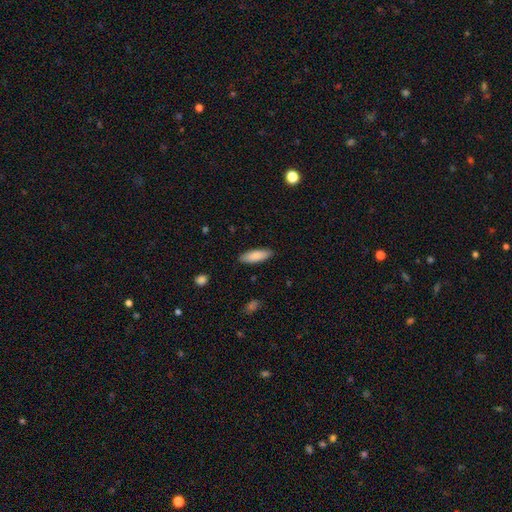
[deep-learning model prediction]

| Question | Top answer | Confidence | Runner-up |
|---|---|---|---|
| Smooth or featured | smooth | 85% | featured or disk (10%) |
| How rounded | in between | 58% | cigar-shaped (41%) |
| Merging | none | 88% | minor disturbance (9%) |